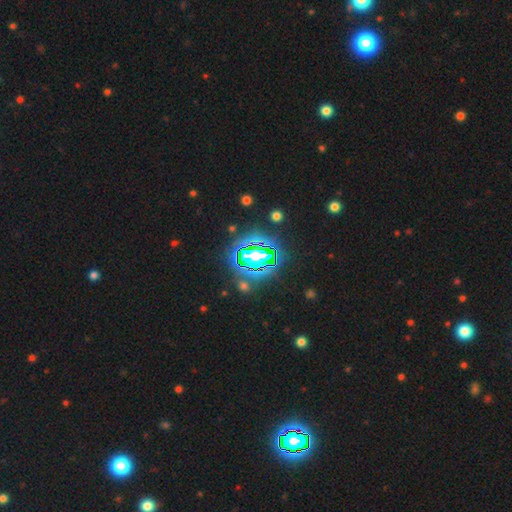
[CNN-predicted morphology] The model was most divided on "smooth or featured": star or artifact: 84%, smooth: 9%, featured or disk: 6%.